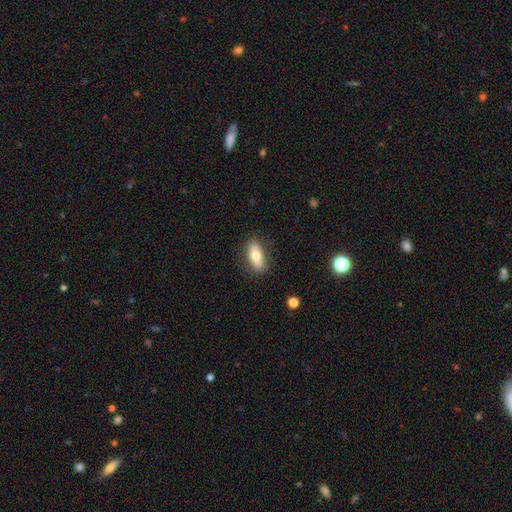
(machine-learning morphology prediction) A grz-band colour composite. It shows a smooth galaxy with no disk features (70%) that is in between round and cigar-shaped (83%). Merging: none (84%).